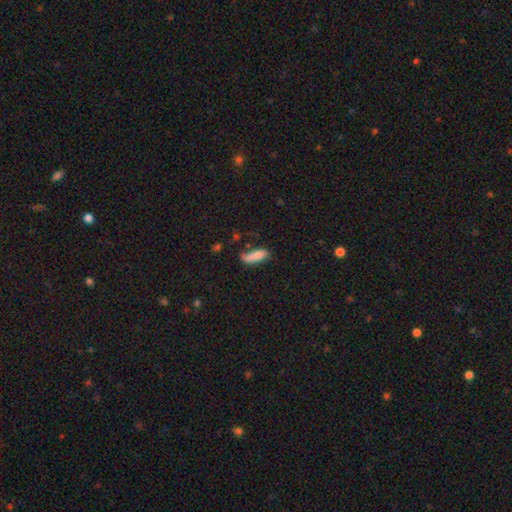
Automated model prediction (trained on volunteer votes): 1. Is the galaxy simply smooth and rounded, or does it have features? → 80% smooth, 12% featured or disk, 8% star or artifact.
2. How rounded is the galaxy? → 54% in between, 43% cigar-shaped, 2% round.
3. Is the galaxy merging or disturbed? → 53% none, 28% minor disturbance, 11% major disturbance, 8% merger.